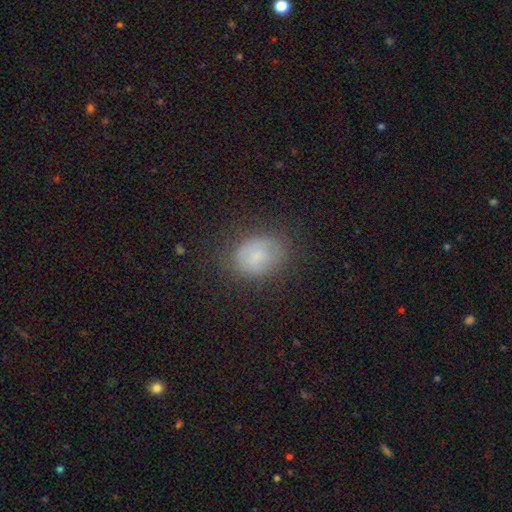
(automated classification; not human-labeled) smooth-or-featured: smooth: 65% | featured or disk: 23% | star or artifact: 12%
  how-rounded: in between: 57% | round: 42% | cigar-shaped: 1%
  merging: none: 70% | minor disturbance: 20% | major disturbance: 9% | merger: 1%